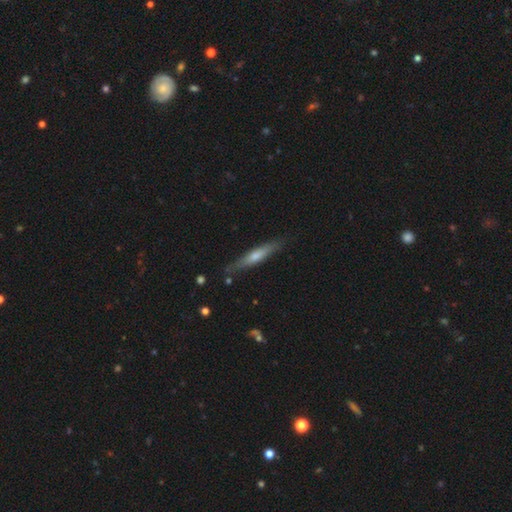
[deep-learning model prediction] Morphology: type=smooth (49%); merging=none (81%).